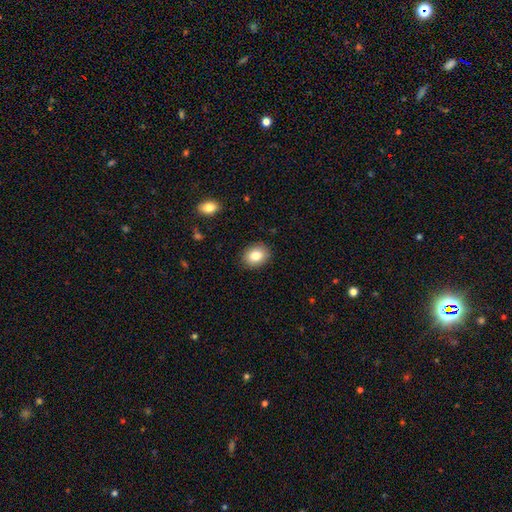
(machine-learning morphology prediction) A smooth galaxy with no disk features (83%) that is in between round and cigar-shaped (52%). Merging: none (89%).